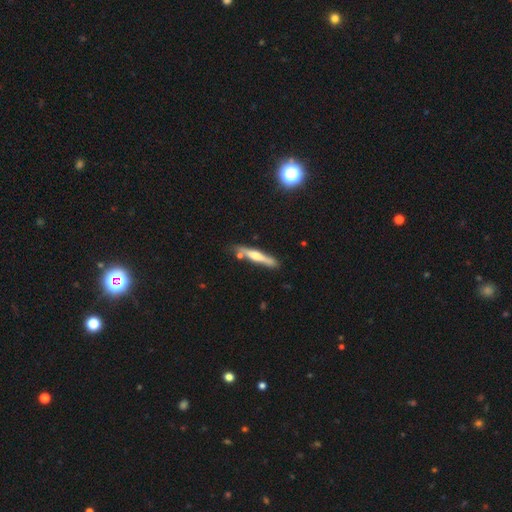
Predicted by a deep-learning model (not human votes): Smooth or featured: featured or disk — 55% (smooth — 39%)
Edge-on disk: yes — 95% (no — 5%)
Edge-on bulge: rounded — 74% (none — 13%)
Merging: none — 78% (minor disturbance — 13%)